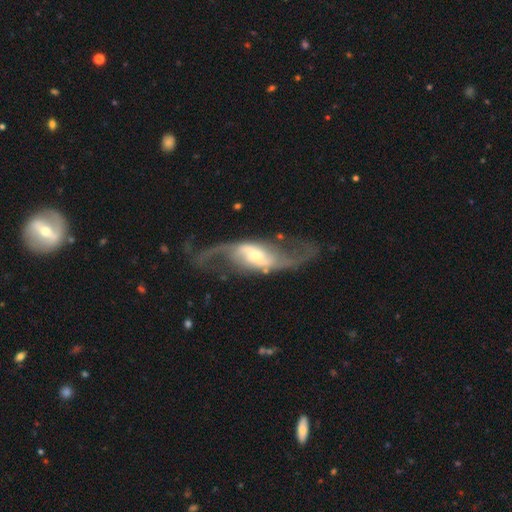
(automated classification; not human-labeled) Smooth or featured? Predicted: featured or disk (p=0.86). Edge-on disk? Predicted: no (p=0.91). Bar? Predicted: strong (p=0.38). Spiral arms? Predicted: yes (p=0.93). Spiral winding? Predicted: loose (p=0.74). Spiral arm count? Predicted: 2 (p=0.92). Bulge size? Predicted: small (p=0.46). Merging? Predicted: none (p=0.65).